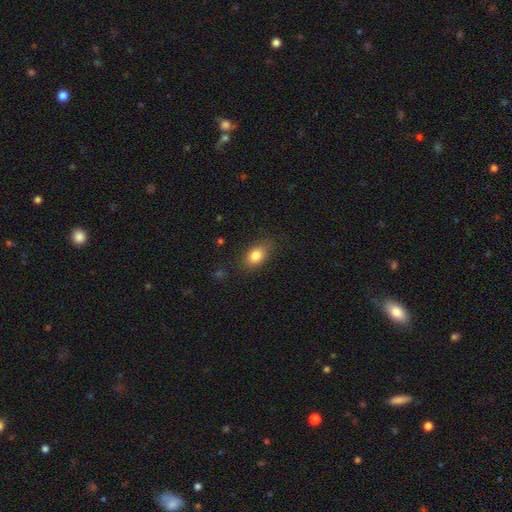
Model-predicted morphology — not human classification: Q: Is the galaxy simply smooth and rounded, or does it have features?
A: smooth — 82%.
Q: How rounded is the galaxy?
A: in between — 79%.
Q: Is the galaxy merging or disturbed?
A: none — 80%.